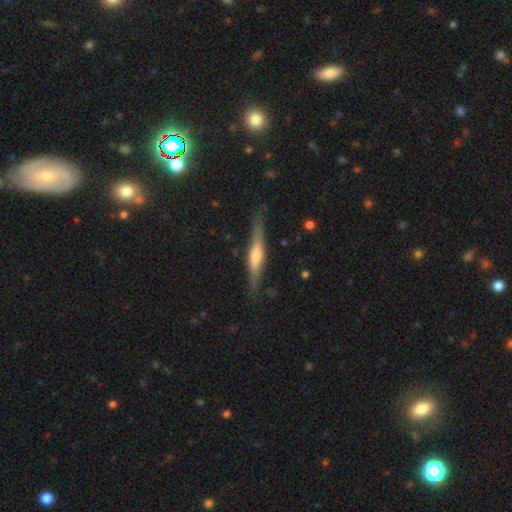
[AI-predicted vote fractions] A featured or disk galaxy (69%) viewed edge-on (96%) with a rounded central bulge (65%).

Vote fractions:
- Smooth or featured? featured or disk: 69% / smooth: 25% / star or artifact: 7%
- Edge-on disk? yes: 96% / no: 4%
- Edge-on bulge? rounded: 65% / boxy: 22% / none: 12%
- Merging? none: 85% / minor disturbance: 11% / major disturbance: 2% / merger: 1%